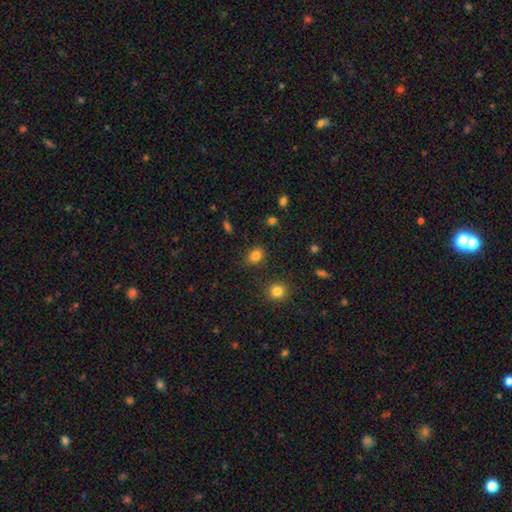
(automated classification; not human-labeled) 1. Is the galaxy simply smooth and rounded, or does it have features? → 82% smooth, 12% star or artifact, 6% featured or disk.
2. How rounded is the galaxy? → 53% in between, 46% round, 1% cigar-shaped.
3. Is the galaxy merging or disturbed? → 81% none, 14% minor disturbance, 3% major disturbance, 2% merger.